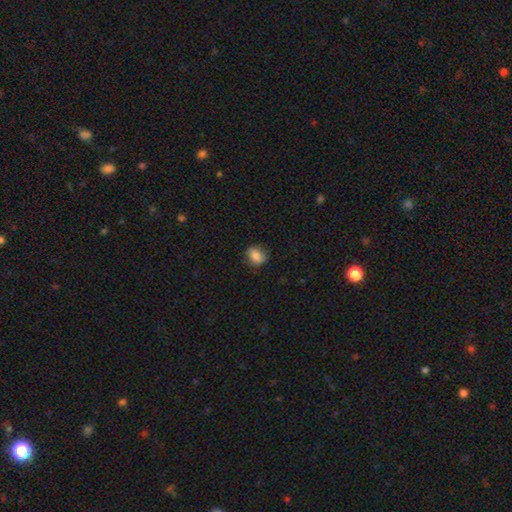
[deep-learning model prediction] Morphology: type=smooth (82%); roundness=round (53%); merging=none (80%).